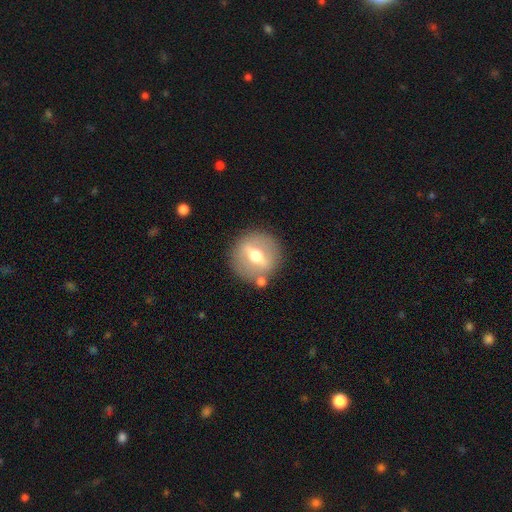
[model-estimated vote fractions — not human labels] A featured or disk galaxy (58%). Merging: none (83%).